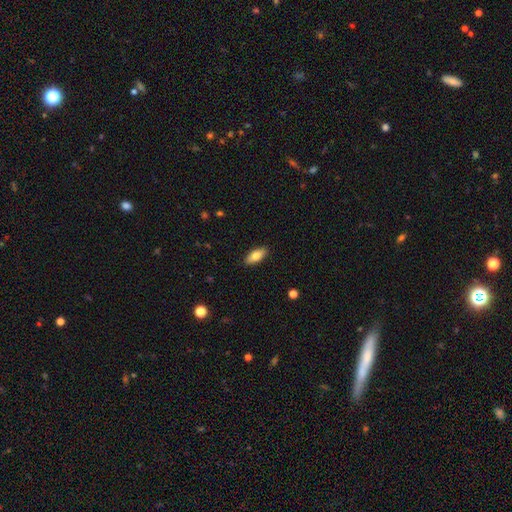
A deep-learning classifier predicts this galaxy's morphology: smooth_or_featured: smooth (p=0.80) [alt: featured or disk p=0.14]
how_rounded: in between (p=0.82) [alt: cigar-shaped p=0.16]
merging: none (p=0.89) [alt: minor disturbance p=0.08]